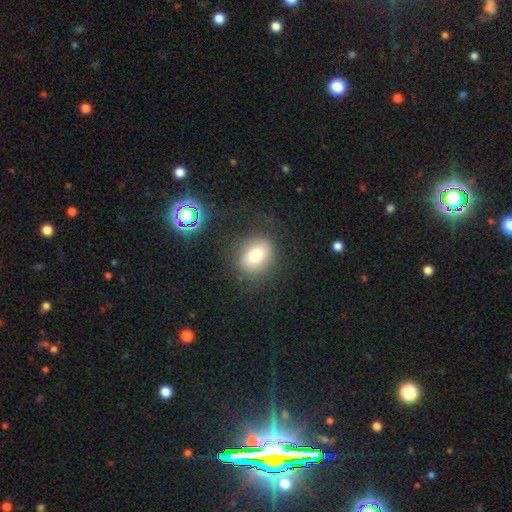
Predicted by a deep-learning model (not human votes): smooth_or_featured: smooth (p=0.74) [alt: featured or disk p=0.14]
how_rounded: round (p=0.55) [alt: in between p=0.44]
merging: none (p=0.78) [alt: minor disturbance p=0.13]